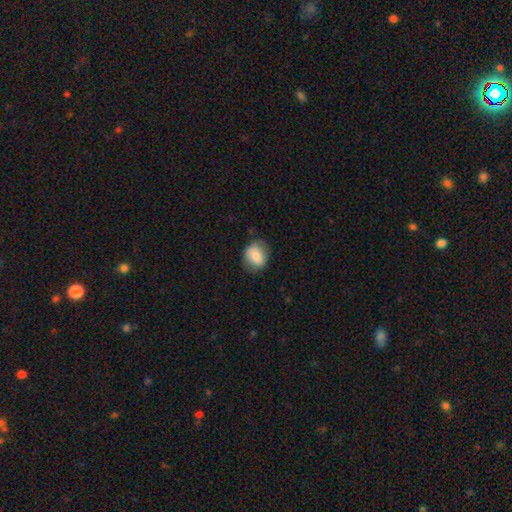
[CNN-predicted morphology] A smooth galaxy with no disk features (77%) that is round (56%).

Vote fractions:
- Smooth or featured? smooth: 77% / featured or disk: 15% / star or artifact: 8%
- How rounded? round: 56% / in between: 43% / cigar-shaped: 1%
- Merging? none: 76% / minor disturbance: 17% / major disturbance: 5% / merger: 1%